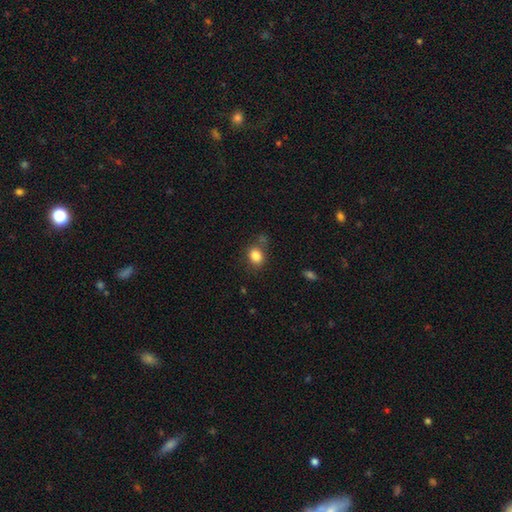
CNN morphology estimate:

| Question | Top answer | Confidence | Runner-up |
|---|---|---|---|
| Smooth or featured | smooth | 84% | star or artifact (10%) |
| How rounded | in between | 50% | round (49%) |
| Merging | none | 71% | minor disturbance (16%) |